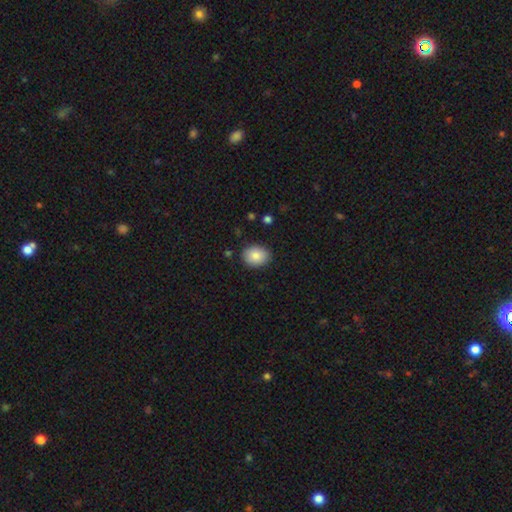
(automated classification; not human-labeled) smooth-or-featured: smooth: 84% | featured or disk: 9% | star or artifact: 8%
  how-rounded: in between: 57% | round: 42% | cigar-shaped: 1%
  merging: none: 87% | minor disturbance: 9% | major disturbance: 2% | merger: 1%